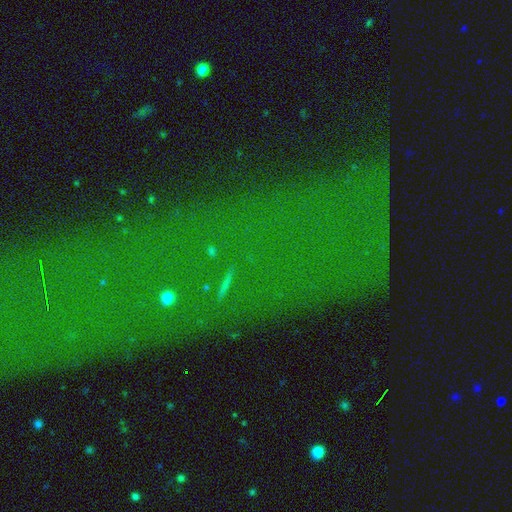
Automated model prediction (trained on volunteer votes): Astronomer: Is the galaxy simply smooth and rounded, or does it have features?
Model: star or artifact — 76%.